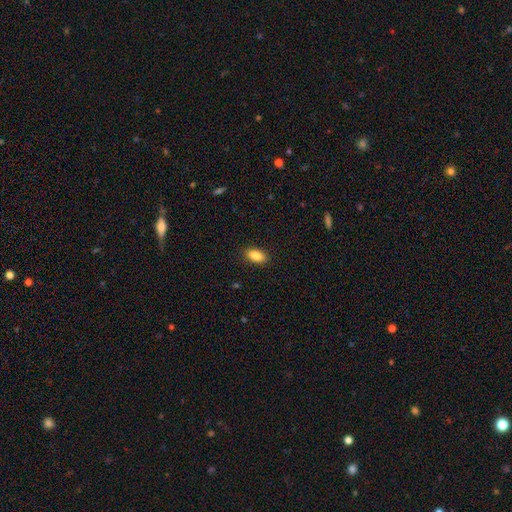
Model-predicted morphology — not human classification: smooth-or-featured: smooth: 88% | star or artifact: 7% | featured or disk: 5%
  how-rounded: in between: 91% | cigar-shaped: 6% | round: 4%
  merging: none: 89% | minor disturbance: 8% | major disturbance: 2% | merger: 1%